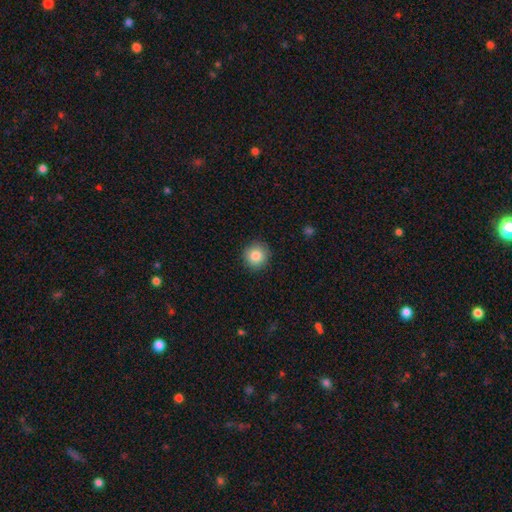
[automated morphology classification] smooth_or_featured: smooth (p=0.85) [alt: star or artifact p=0.09]
how_rounded: round (p=0.93) [alt: in between p=0.06]
merging: none (p=0.89) [alt: minor disturbance p=0.08]